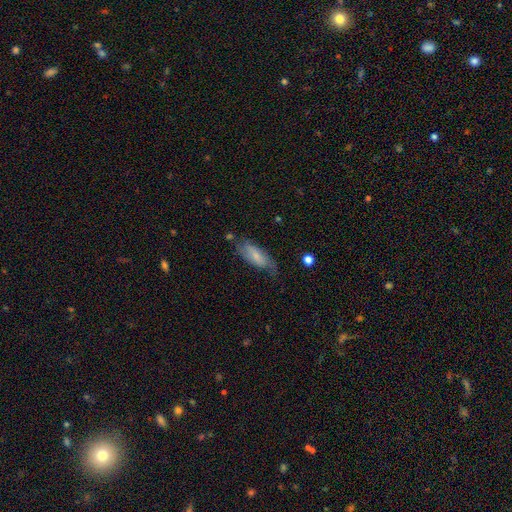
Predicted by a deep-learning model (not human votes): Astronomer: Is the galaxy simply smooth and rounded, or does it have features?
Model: smooth — 63%.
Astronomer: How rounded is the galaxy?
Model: in between — 69%.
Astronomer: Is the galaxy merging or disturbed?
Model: none — 59%.